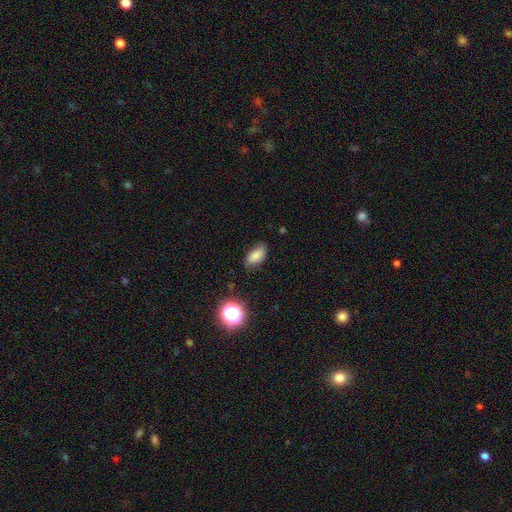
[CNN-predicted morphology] smooth 79%, star or artifact 11%, featured or disk 10%. Down the decision tree: how rounded — in between (90%); merging — none (76%).